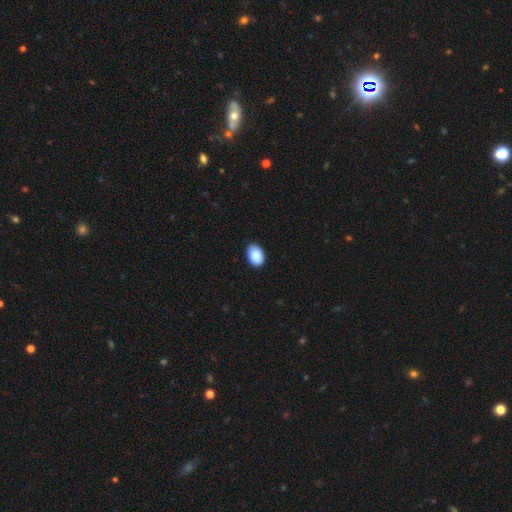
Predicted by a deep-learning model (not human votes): A smooth galaxy with no disk features (89%) that is in between round and cigar-shaped (87%).

Vote fractions:
- Smooth or featured? smooth: 89% / star or artifact: 7% / featured or disk: 4%
- How rounded? in between: 87% / round: 12% / cigar-shaped: 1%
- Merging? none: 80% / minor disturbance: 17% / major disturbance: 2% / merger: 1%